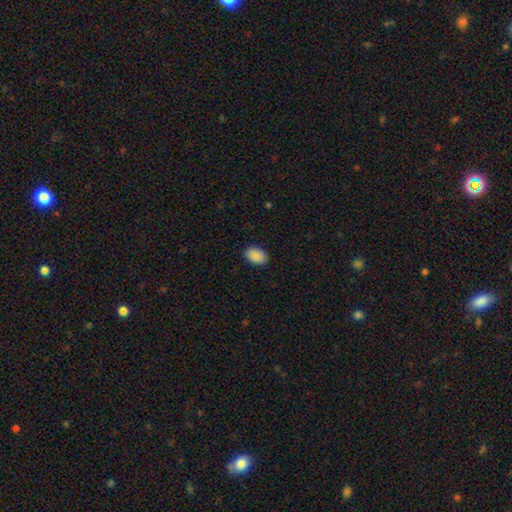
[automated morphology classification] The model was most divided on "how rounded": in between: 85%, round: 14%, cigar-shaped: 1%. More confident: smooth or featured — smooth (90%); merging — none (88%).